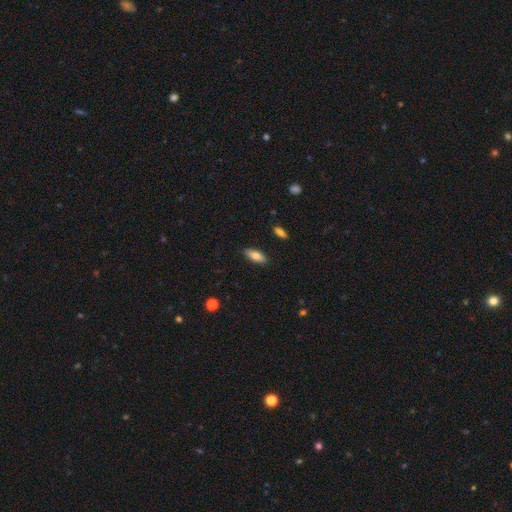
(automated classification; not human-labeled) A smooth galaxy with no disk features (76%) that is in between round and cigar-shaped (70%).

Vote fractions:
- Smooth or featured? smooth: 76% / featured or disk: 18% / star or artifact: 7%
- How rounded? in between: 70% / cigar-shaped: 28% / round: 2%
- Merging? none: 88% / minor disturbance: 8% / major disturbance: 2% / merger: 1%